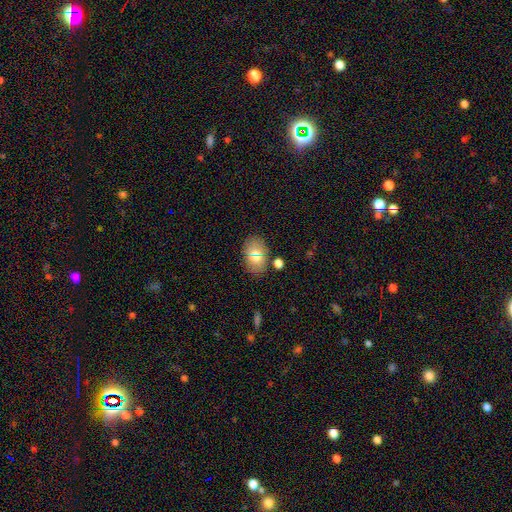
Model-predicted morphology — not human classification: smooth 69%, featured or disk 16%, star or artifact 15%. Down the decision tree: how rounded — in between (86%); merging — none (81%).